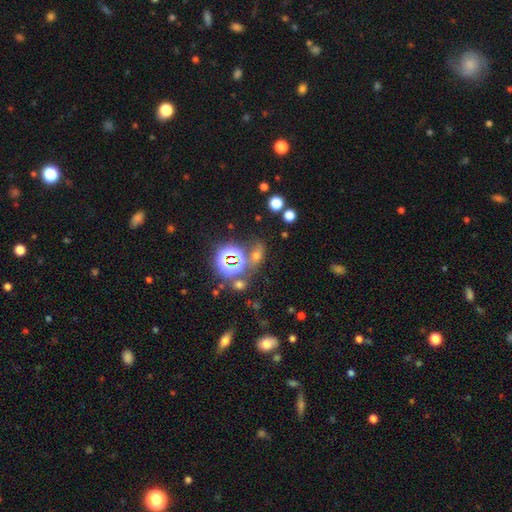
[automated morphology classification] smooth-or-featured: smooth: 45% | star or artifact: 43% | featured or disk: 12%
  merging: none: 63% | merger: 16% | minor disturbance: 14% | major disturbance: 8%